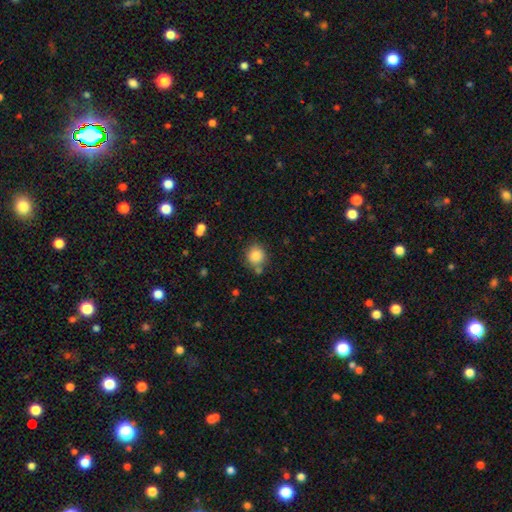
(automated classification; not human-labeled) Overall: smooth (85%). How rounded: round (87%). Merging: none (74%).